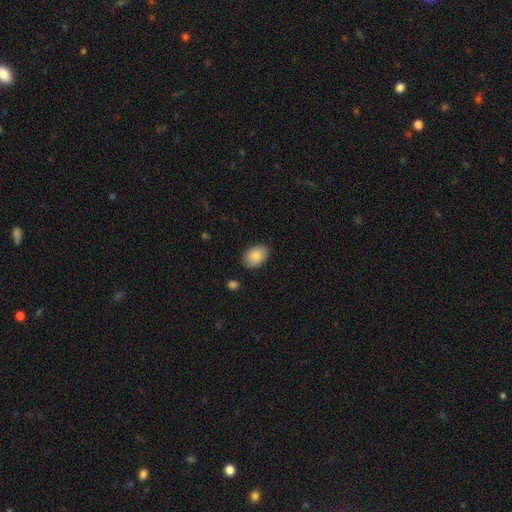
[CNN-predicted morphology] This appears to be a smooth galaxy with no disk features (86%) that is in between round and cigar-shaped (83%). Merging: none (85%).